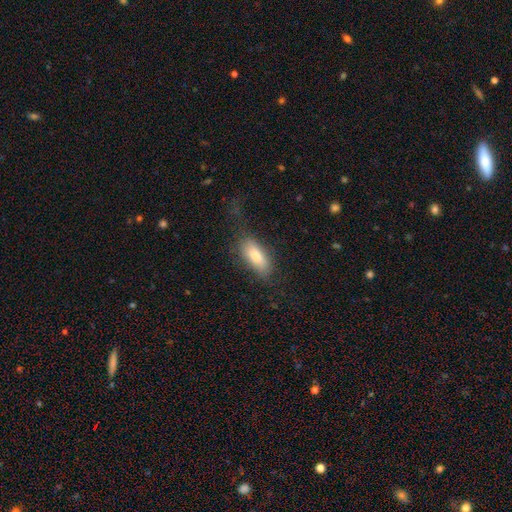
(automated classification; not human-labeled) smooth 81%, featured or disk 13%, star or artifact 7%. Down the decision tree: how rounded — in between (82%); merging — none (62%).